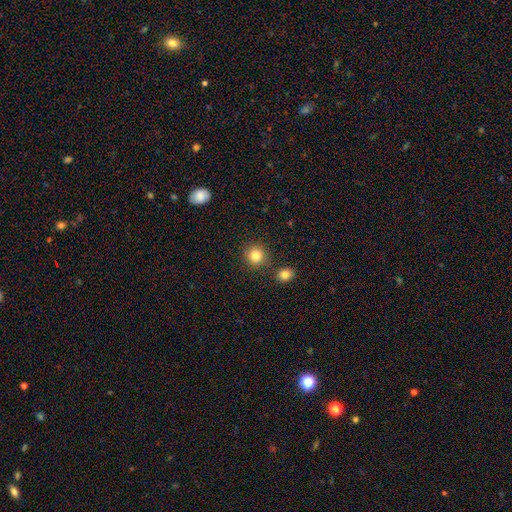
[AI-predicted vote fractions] Morphology: type=smooth (85%); roundness=round (91%); merging=none (85%).